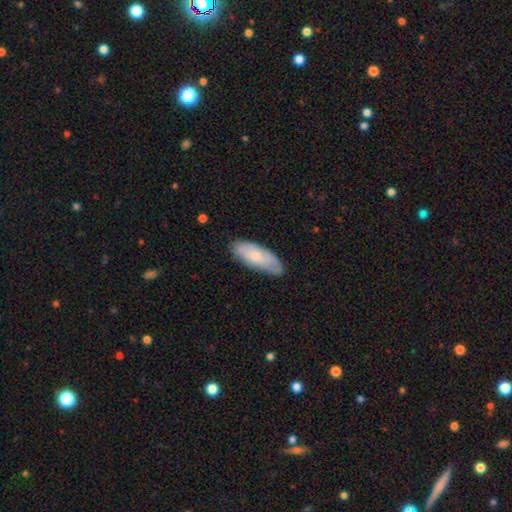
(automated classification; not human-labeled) This is likely a smooth galaxy (70%). How rounded: likely in between (75%). Merging: likely none (73%).